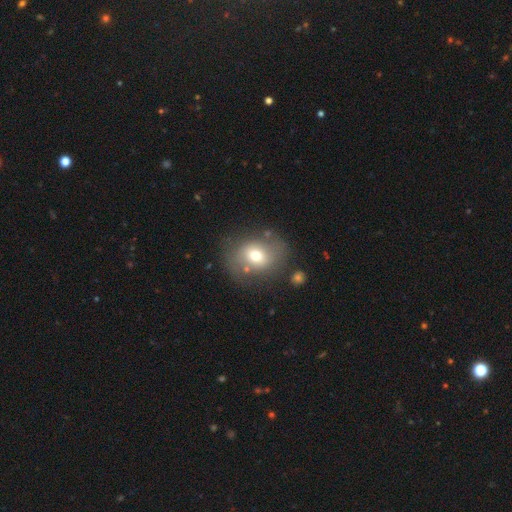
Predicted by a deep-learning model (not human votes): A smooth galaxy with no disk features (61%) that is round (58%).

Vote fractions:
- Smooth or featured? smooth: 61% / featured or disk: 28% / star or artifact: 11%
- How rounded? round: 58% / in between: 41% / cigar-shaped: 1%
- Merging? none: 69% / minor disturbance: 17% / major disturbance: 8% / merger: 6%